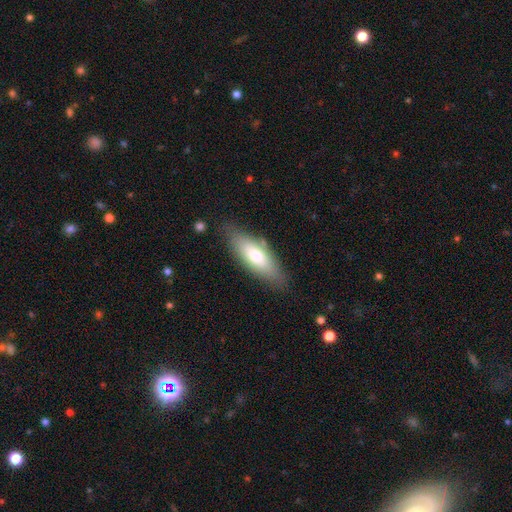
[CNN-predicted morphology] Smooth or featured? smooth (66%)
How rounded? in between (62%)
Merging? none (79%)